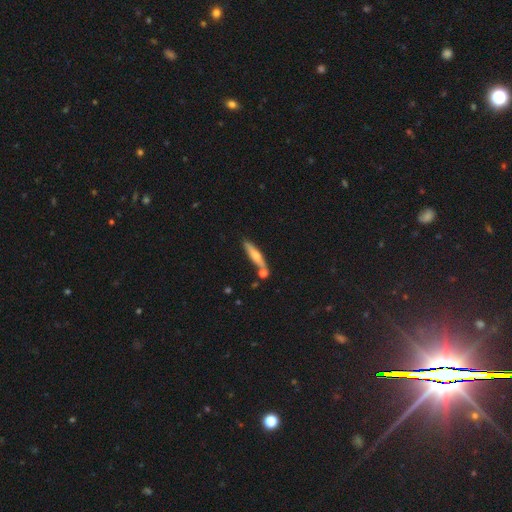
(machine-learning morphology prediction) smooth 54%, featured or disk 39%, star or artifact 6%. Down the decision tree: how rounded — cigar-shaped (85%); merging — none (73%).